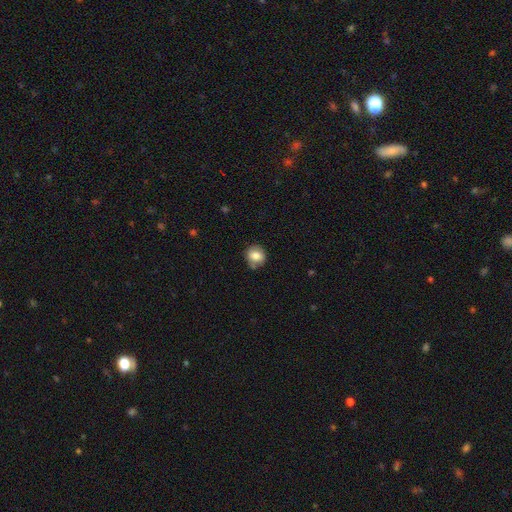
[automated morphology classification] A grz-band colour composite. It shows a smooth galaxy with no disk features (79%) that is round (78%). Merging: none (72%).